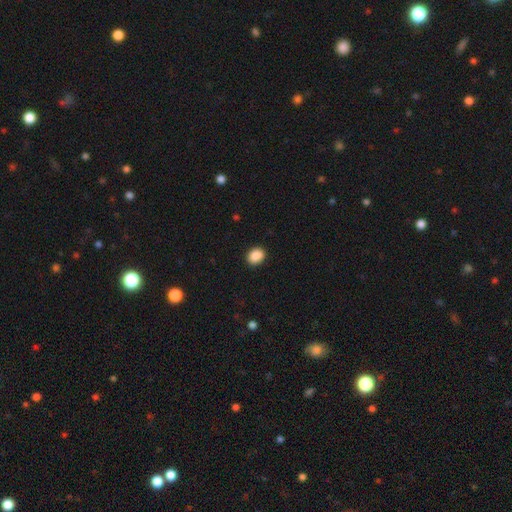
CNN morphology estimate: Smooth or featured? Predicted: smooth (p=0.89). How rounded? Predicted: in between (p=0.54). Merging? Predicted: none (p=0.88).